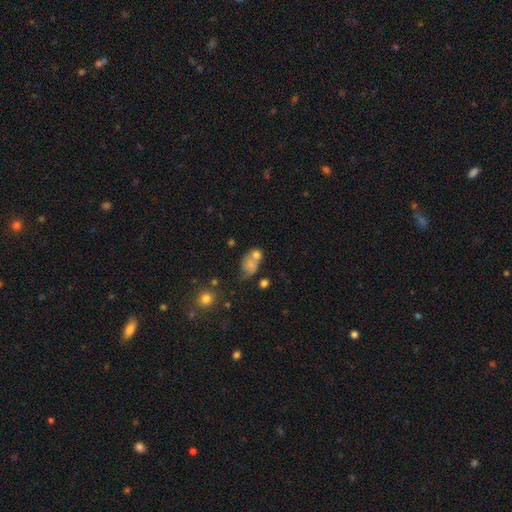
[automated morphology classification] A smooth galaxy with no disk features (67%) that is in between round and cigar-shaped (66%).

Vote fractions:
- Smooth or featured? smooth: 67% / featured or disk: 21% / star or artifact: 12%
- How rounded? in between: 66% / round: 32% / cigar-shaped: 2%
- Merging? merger: 46% / none: 25% / minor disturbance: 15% / major disturbance: 13%